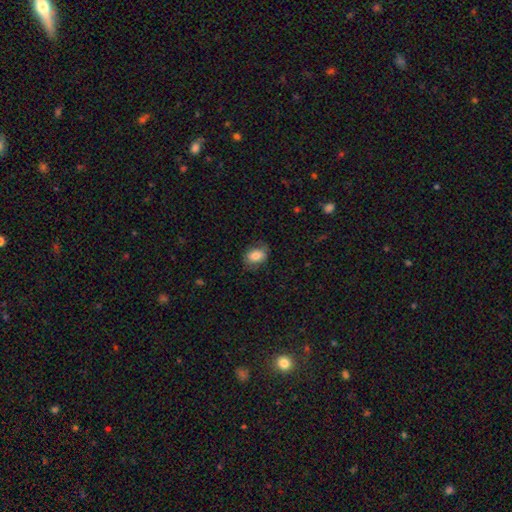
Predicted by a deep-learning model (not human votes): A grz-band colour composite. It shows a smooth galaxy with no disk features (78%) that is in between round and cigar-shaped (77%). Merging: none (70%).